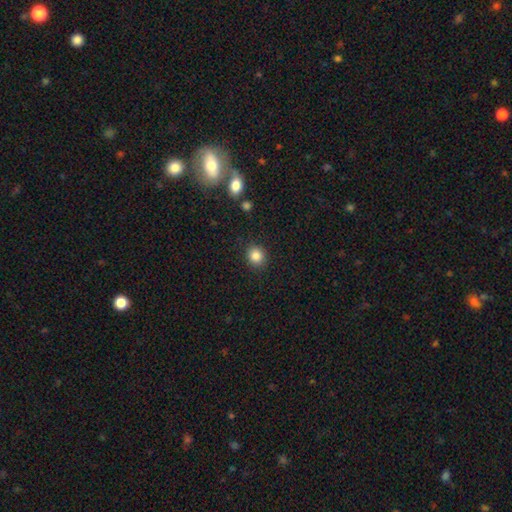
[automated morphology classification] Smooth or featured? smooth (85%)
How rounded? round (85%)
Merging? none (89%)